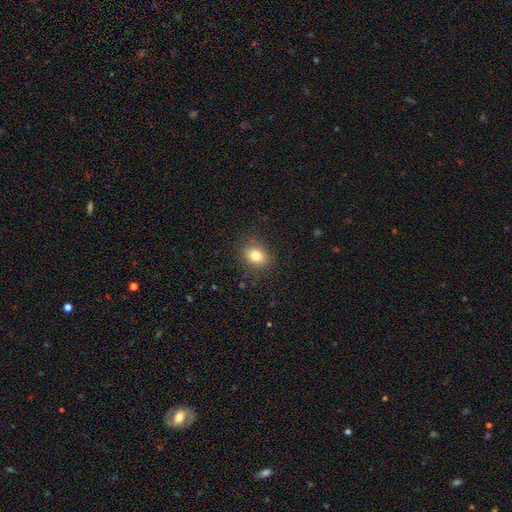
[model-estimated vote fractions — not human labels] Smooth or featured? smooth (81%)
How rounded? in between (55%)
Merging? none (85%)